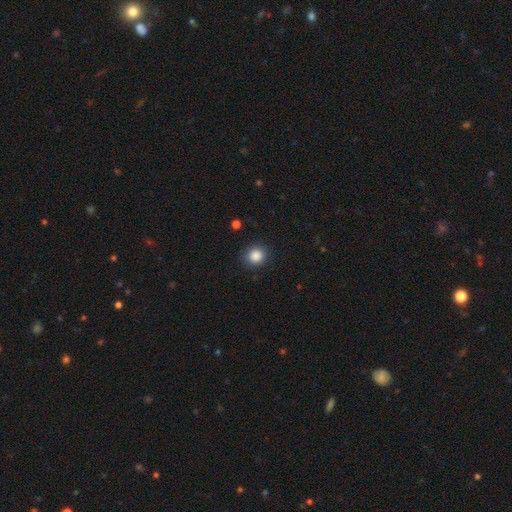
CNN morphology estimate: smooth-or-featured: smooth: 86% | star or artifact: 10% | featured or disk: 3%
  how-rounded: round: 83% | in between: 16% | cigar-shaped: 1%
  merging: none: 87% | minor disturbance: 9% | major disturbance: 3% | merger: 1%